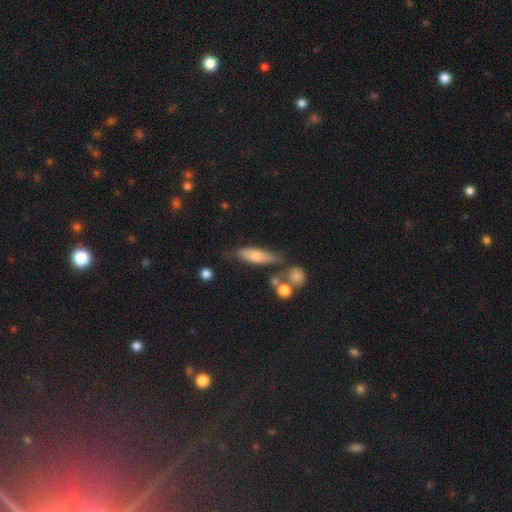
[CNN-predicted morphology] Smooth or featured: smooth — 54% (featured or disk — 35%)
How rounded: cigar-shaped — 55% (in between — 41%)
Merging: none — 62% (minor disturbance — 20%)